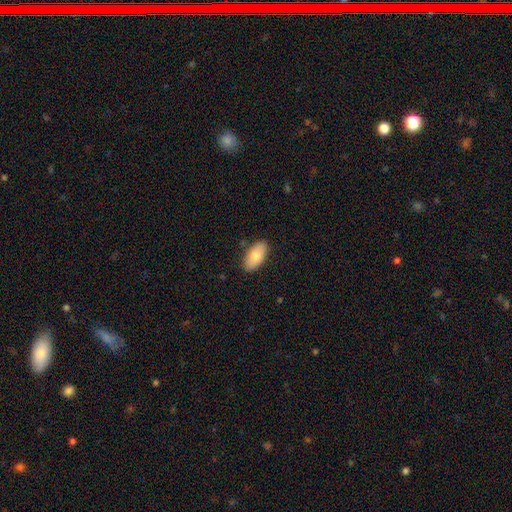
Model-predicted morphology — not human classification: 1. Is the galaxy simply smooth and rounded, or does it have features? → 80% smooth, 13% featured or disk, 6% star or artifact.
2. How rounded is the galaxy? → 94% in between, 3% cigar-shaped, 3% round.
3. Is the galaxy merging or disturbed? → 86% none, 11% minor disturbance, 2% major disturbance, 1% merger.